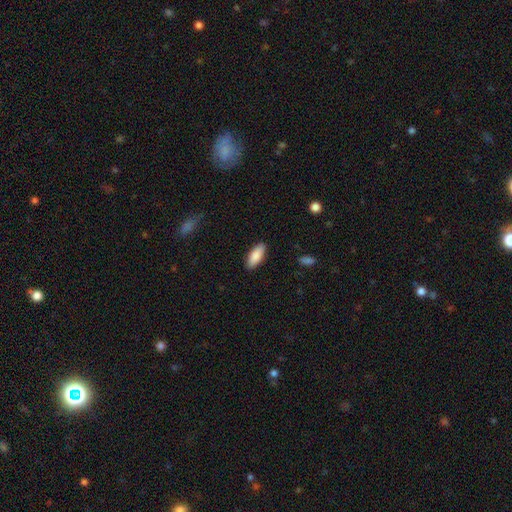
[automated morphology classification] smooth_or_featured: smooth (p=0.87) [alt: featured or disk p=0.07]
how_rounded: in between (p=0.80) [alt: cigar-shaped p=0.18]
merging: none (p=0.88) [alt: minor disturbance p=0.09]